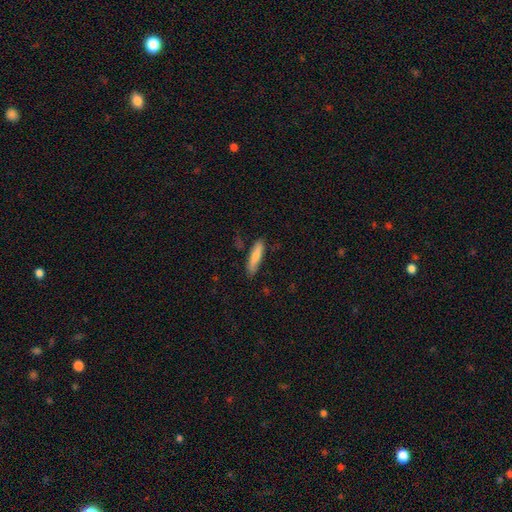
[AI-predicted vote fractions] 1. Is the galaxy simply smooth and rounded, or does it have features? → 78% smooth, 16% featured or disk, 6% star or artifact.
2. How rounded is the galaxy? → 77% cigar-shaped, 21% in between, 2% round.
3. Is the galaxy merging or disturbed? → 80% none, 15% minor disturbance, 3% major disturbance, 2% merger.